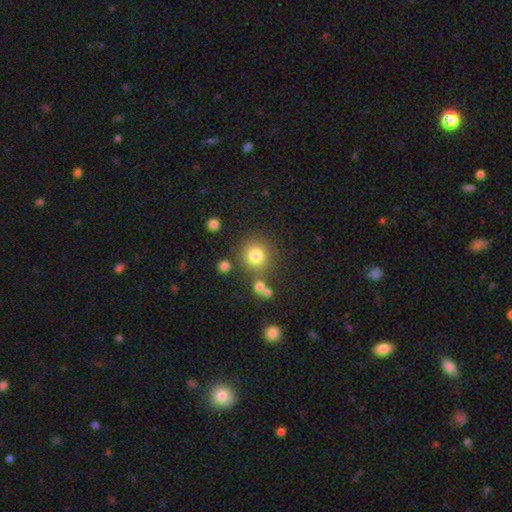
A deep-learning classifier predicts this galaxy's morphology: A smooth galaxy with no disk features (80%) that is round (92%). Merging: none (76%).